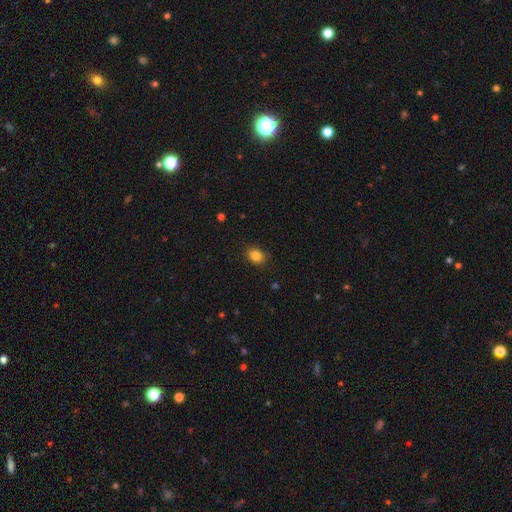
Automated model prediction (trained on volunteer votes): Smooth or featured? Predicted: smooth (p=0.84). How rounded? Predicted: in between (p=0.54). Merging? Predicted: none (p=0.86).